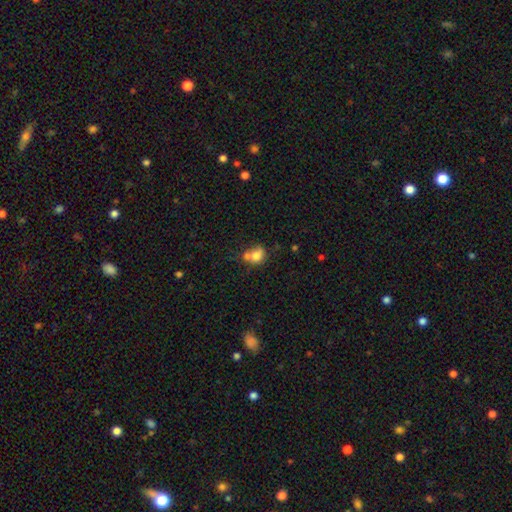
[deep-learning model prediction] This appears to be a smooth galaxy with no disk features (75%) that is round (59%). Merging: merger (47%).